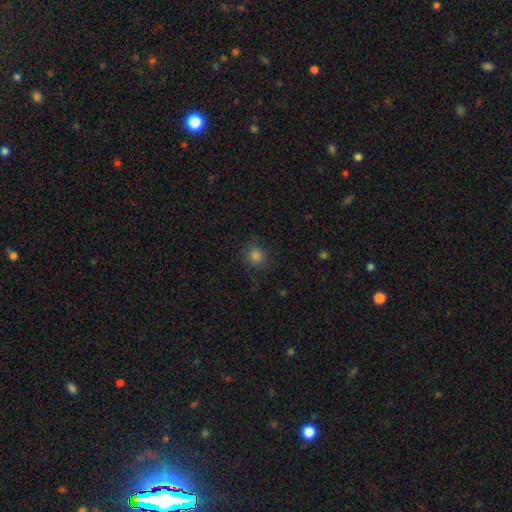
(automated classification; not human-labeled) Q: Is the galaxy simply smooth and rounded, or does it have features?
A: smooth — 80%.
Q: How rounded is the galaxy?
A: round — 88%.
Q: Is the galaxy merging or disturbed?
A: none — 85%.